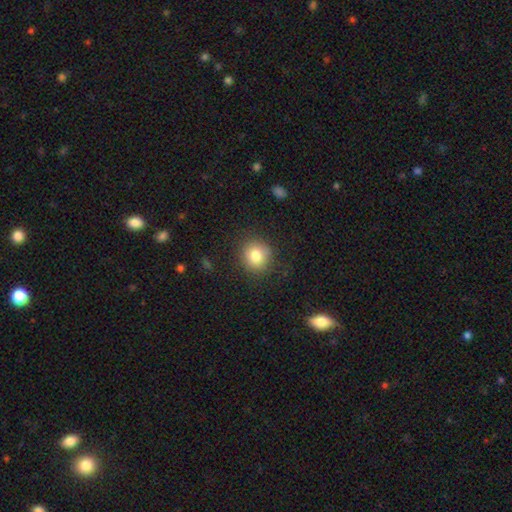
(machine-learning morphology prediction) Q: Smooth or featured?
A: smooth (80%); runner-up: star or artifact (11%)
Q: How rounded?
A: round (88%); runner-up: in between (11%)
Q: Merging?
A: none (85%); runner-up: minor disturbance (10%)